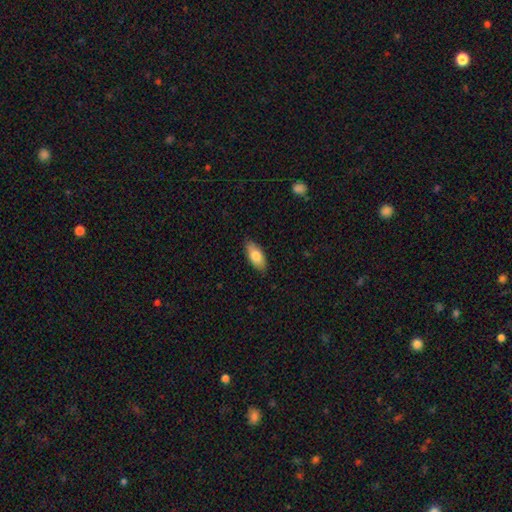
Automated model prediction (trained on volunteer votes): Q: Smooth or featured?
A: smooth (81%); runner-up: featured or disk (13%)
Q: How rounded?
A: in between (87%); runner-up: cigar-shaped (11%)
Q: Merging?
A: none (86%); runner-up: minor disturbance (11%)